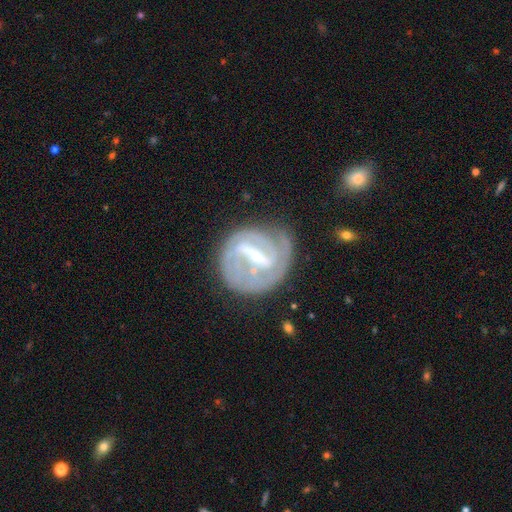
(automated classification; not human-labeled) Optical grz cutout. It shows a featured or disk galaxy (82%) with a strong bar (66%), 2 (48%) tight (57%) spiral arms (85%) and a small central bulge (56%). Merging: none (64%).